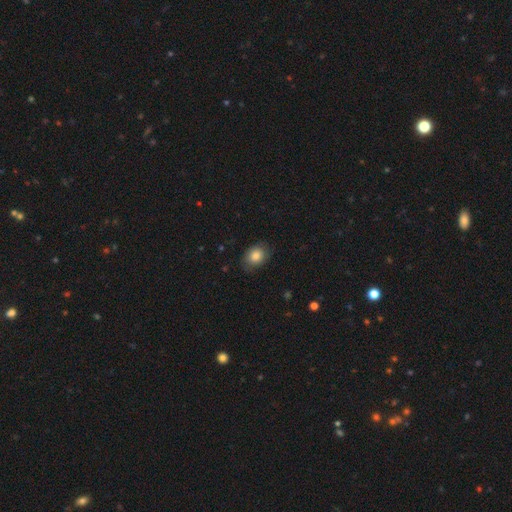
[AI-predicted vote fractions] Q: Smooth or featured?
A: smooth (81%); runner-up: featured or disk (12%)
Q: How rounded?
A: in between (61%); runner-up: round (38%)
Q: Merging?
A: none (76%); runner-up: minor disturbance (19%)